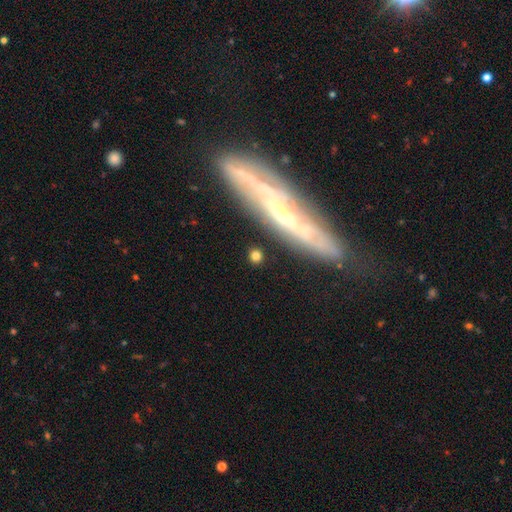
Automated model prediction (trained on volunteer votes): Smooth or featured? Predicted: smooth (p=0.62). How rounded? Predicted: round (p=0.57). Merging? Predicted: none (p=0.81).